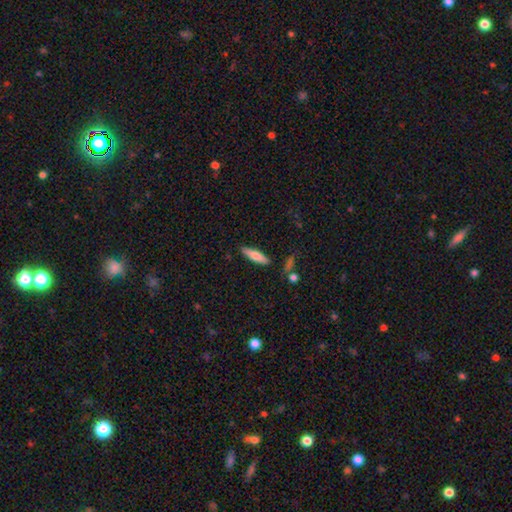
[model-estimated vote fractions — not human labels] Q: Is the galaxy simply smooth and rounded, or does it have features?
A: smooth — 65%.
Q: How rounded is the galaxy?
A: cigar-shaped — 66%.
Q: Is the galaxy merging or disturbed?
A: none — 86%.